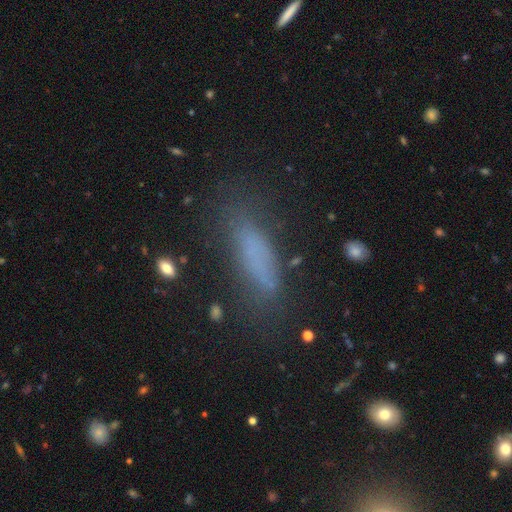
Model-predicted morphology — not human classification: This appears to be a smooth galaxy with no disk features (70%) that is cigar-shaped (60%). Merging: none (70%).